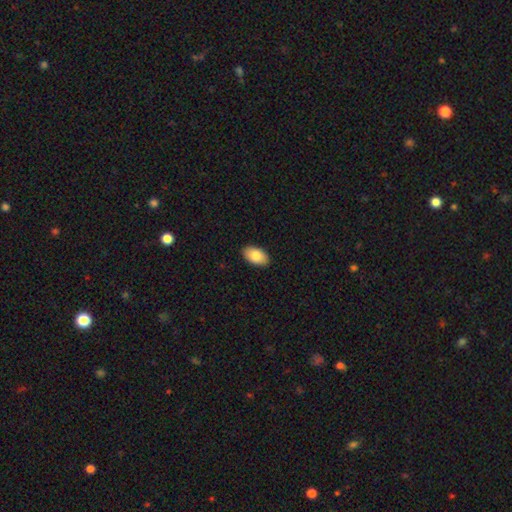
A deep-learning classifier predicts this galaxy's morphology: Smooth or featured: smooth — 83% (featured or disk — 11%)
How rounded: in between — 94% (round — 4%)
Merging: none — 90% (minor disturbance — 8%)